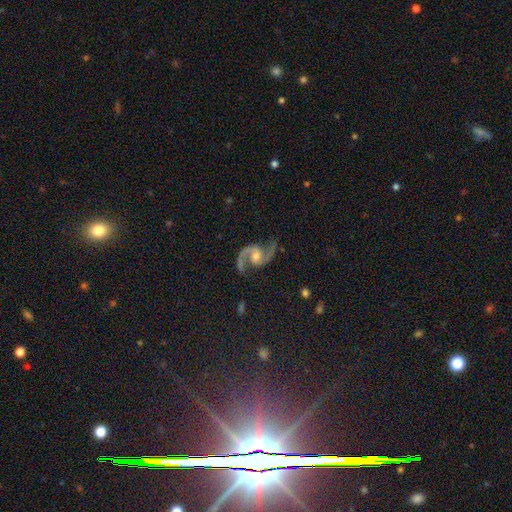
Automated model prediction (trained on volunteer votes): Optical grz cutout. It shows a featured or disk galaxy (93%) with no bar (56%), 2 (94%) medium (50%) spiral arms (98%) and a moderate central bulge (59%). Merging: none (77%).